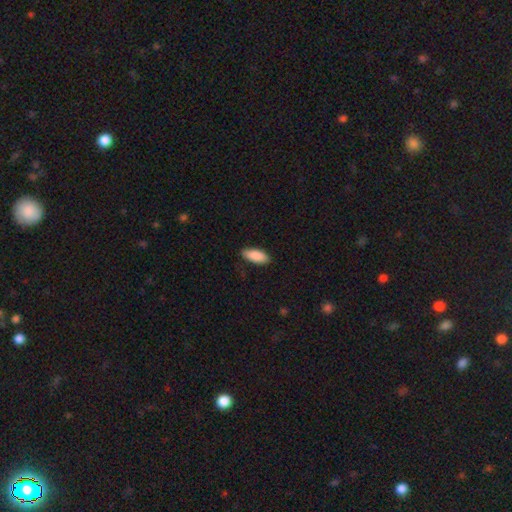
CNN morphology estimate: smooth_or_featured: smooth (p=0.90) [alt: star or artifact p=0.05]
how_rounded: in between (p=0.85) [alt: cigar-shaped p=0.13]
merging: none (p=0.86) [alt: minor disturbance p=0.11]